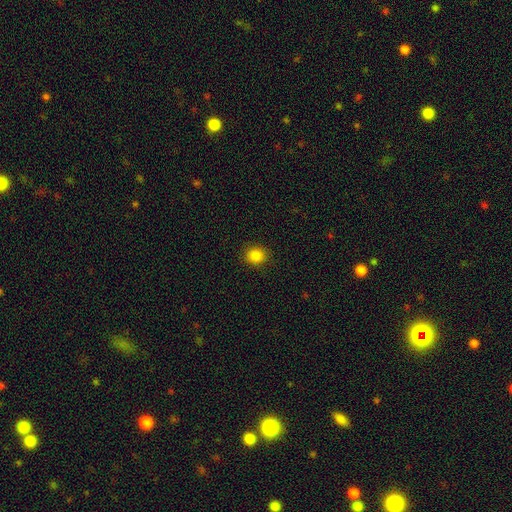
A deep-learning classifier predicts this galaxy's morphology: Smooth or featured? smooth (85%)
How rounded? round (79%)
Merging? none (90%)